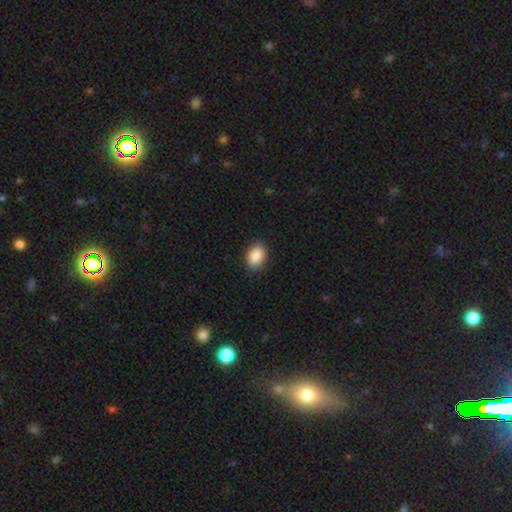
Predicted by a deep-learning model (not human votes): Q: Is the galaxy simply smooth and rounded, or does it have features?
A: smooth — 88%.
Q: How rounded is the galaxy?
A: in between — 77%.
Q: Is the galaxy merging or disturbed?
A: none — 87%.